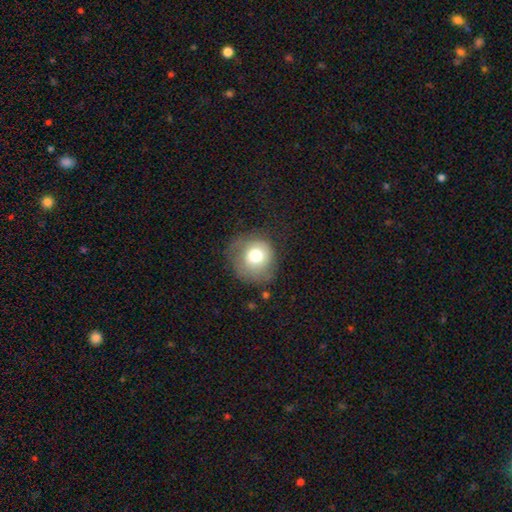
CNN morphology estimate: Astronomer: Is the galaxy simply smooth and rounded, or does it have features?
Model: smooth — 72%.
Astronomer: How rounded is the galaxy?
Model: round — 87%.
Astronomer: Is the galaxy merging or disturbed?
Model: none — 59%.